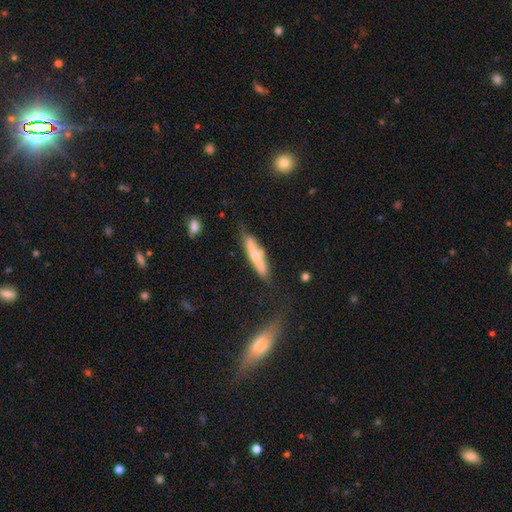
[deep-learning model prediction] A featured or disk galaxy (56%) viewed edge-on (76%).

Vote fractions:
- Smooth or featured? featured or disk: 56% / smooth: 38% / star or artifact: 6%
- Edge-on disk? yes: 76% / no: 24%
- Merging? none: 64% / minor disturbance: 24% / major disturbance: 7% / merger: 5%